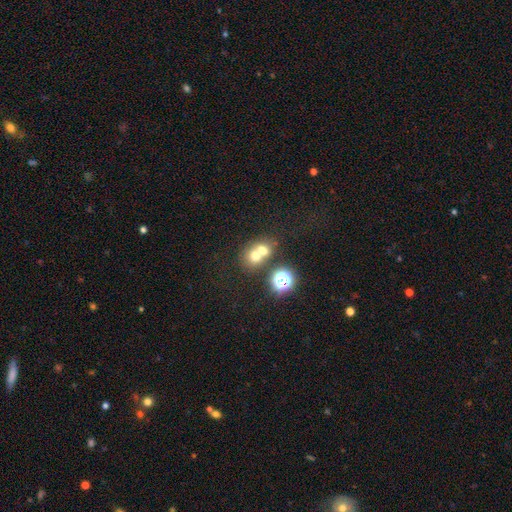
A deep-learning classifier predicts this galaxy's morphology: This appears to be a smooth galaxy with no disk features (65%) that is round (74%). Merging: merger (58%).